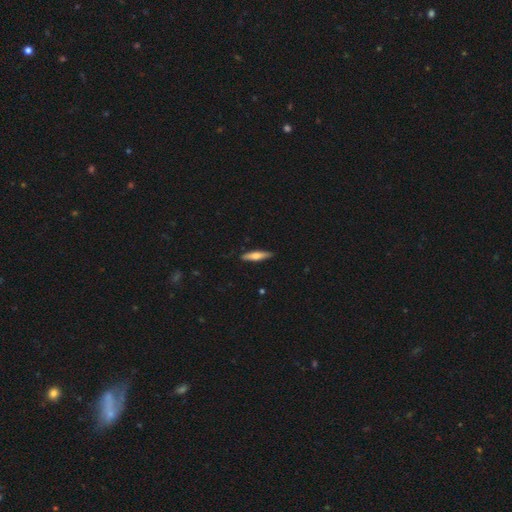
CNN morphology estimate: Smooth or featured? Predicted: smooth (p=0.60). How rounded? Predicted: cigar-shaped (p=0.78). Merging? Predicted: none (p=0.88).